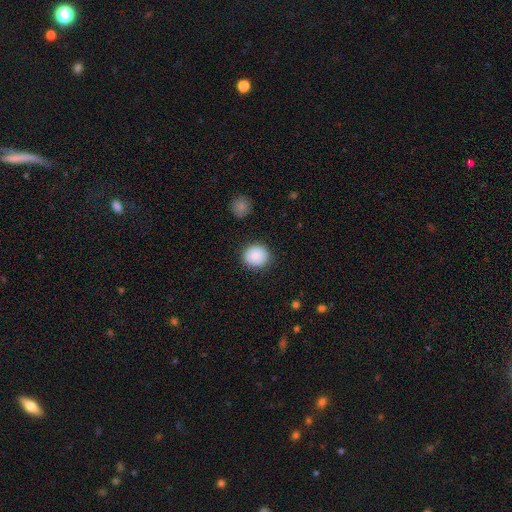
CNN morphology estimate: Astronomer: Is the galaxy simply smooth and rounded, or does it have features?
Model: smooth — 88%.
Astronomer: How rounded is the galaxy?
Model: round — 88%.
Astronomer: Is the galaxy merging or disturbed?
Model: none — 89%.